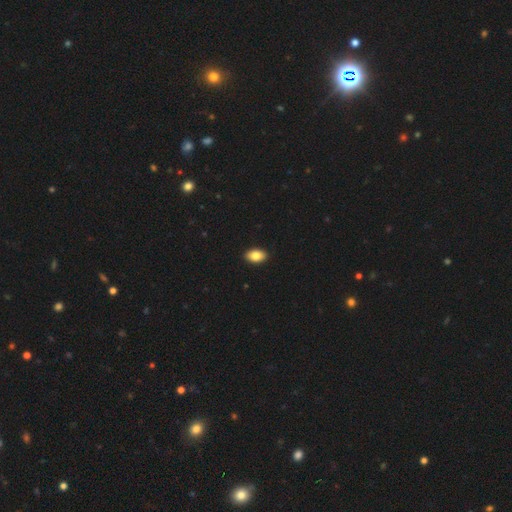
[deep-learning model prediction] A smooth galaxy with no disk features (85%) that is in between round and cigar-shaped (92%).

Vote fractions:
- Smooth or featured? smooth: 85% / featured or disk: 8% / star or artifact: 8%
- How rounded? in between: 92% / round: 7% / cigar-shaped: 1%
- Merging? none: 92% / minor disturbance: 6% / major disturbance: 1% / merger: 1%